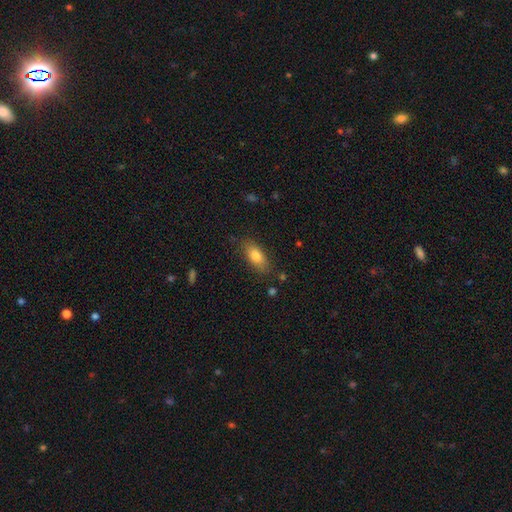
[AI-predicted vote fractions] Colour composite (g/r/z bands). It shows a smooth galaxy with no disk features (82%) that is in between round and cigar-shaped (83%). Merging: none (80%).